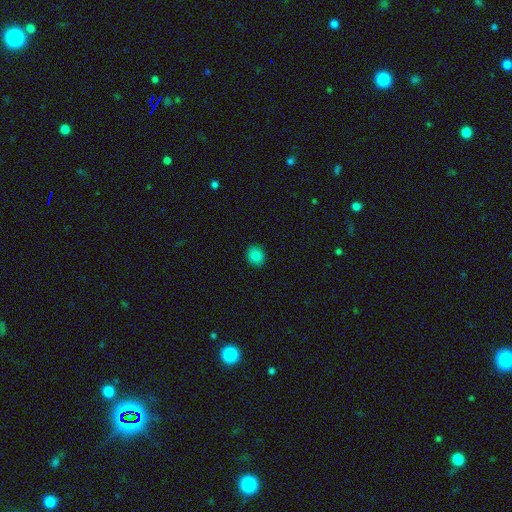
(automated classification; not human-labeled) Smooth or featured? Predicted: smooth (p=0.85). How rounded? Predicted: round (p=0.63). Merging? Predicted: none (p=0.89).